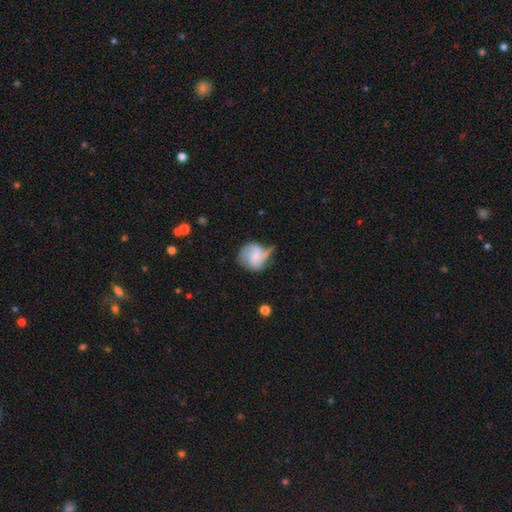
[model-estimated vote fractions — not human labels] Smooth or featured: featured or disk — 47% (smooth — 45%)
Merging: minor disturbance — 36% (none — 34%)